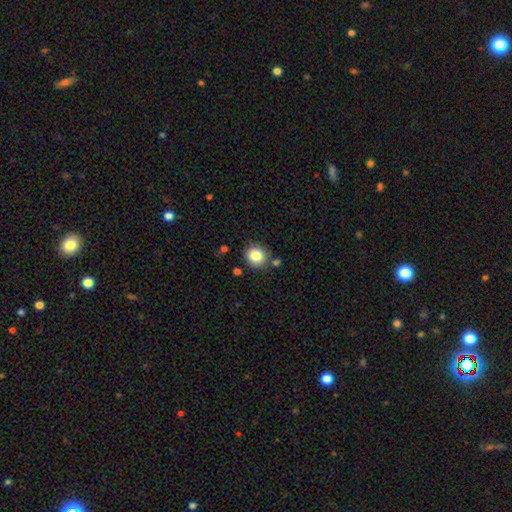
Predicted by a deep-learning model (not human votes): This is clearly a smooth galaxy (83%). How rounded: clearly round (88%). Merging: clearly none (82%).